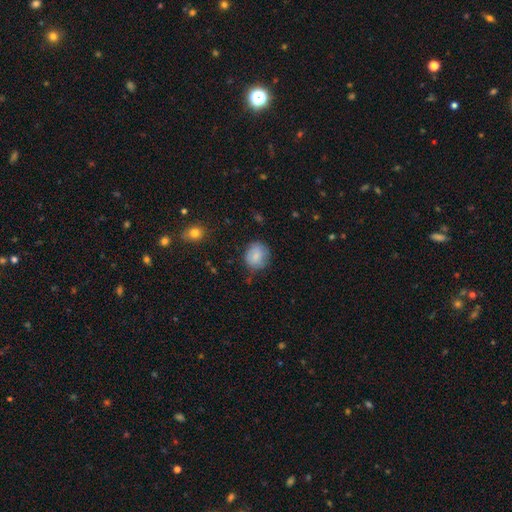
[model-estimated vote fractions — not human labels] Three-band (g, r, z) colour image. It shows a smooth galaxy with no disk features (77%) that is round (76%). Merging: none (73%).